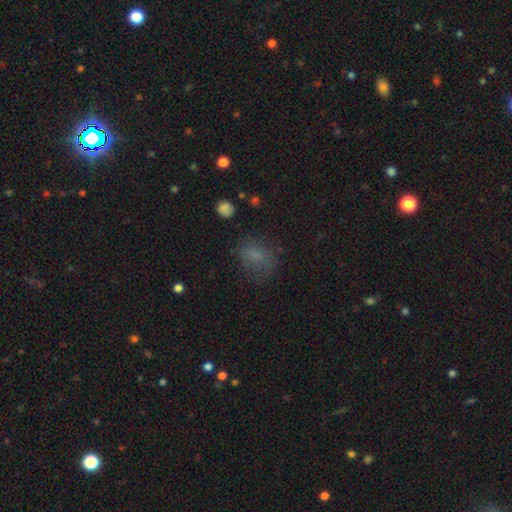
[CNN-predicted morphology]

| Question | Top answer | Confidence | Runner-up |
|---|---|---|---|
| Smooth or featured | smooth | 69% | star or artifact (18%) |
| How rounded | in between | 60% | round (38%) |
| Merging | none | 64% | minor disturbance (21%) |